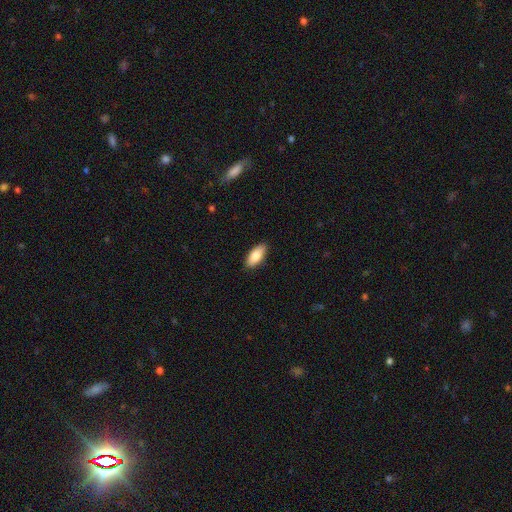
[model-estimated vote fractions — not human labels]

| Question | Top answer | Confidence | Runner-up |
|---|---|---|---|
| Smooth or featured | smooth | 84% | featured or disk (10%) |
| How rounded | in between | 86% | cigar-shaped (12%) |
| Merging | none | 86% | minor disturbance (11%) |